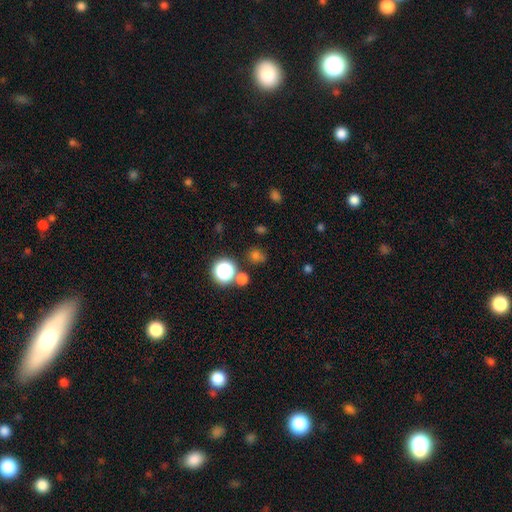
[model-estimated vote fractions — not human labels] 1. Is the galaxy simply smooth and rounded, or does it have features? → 68% smooth, 26% star or artifact, 6% featured or disk.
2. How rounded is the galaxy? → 82% round, 17% in between, 1% cigar-shaped.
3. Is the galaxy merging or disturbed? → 74% none, 11% minor disturbance, 11% merger, 4% major disturbance.